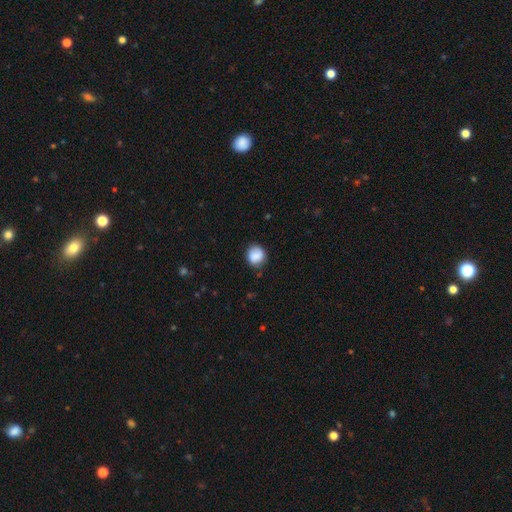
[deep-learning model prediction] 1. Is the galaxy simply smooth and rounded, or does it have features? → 81% smooth, 11% featured or disk, 8% star or artifact.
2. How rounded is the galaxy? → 85% round, 14% in between, 1% cigar-shaped.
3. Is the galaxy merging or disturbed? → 78% none, 17% minor disturbance, 4% major disturbance, 2% merger.